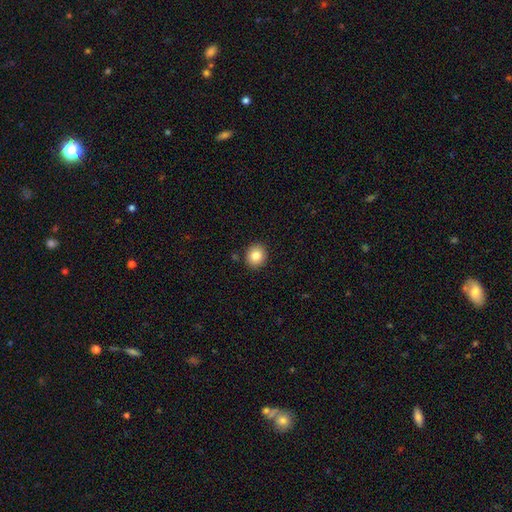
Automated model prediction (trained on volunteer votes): A smooth galaxy with no disk features (84%) that is round (79%). Merging: none (89%).